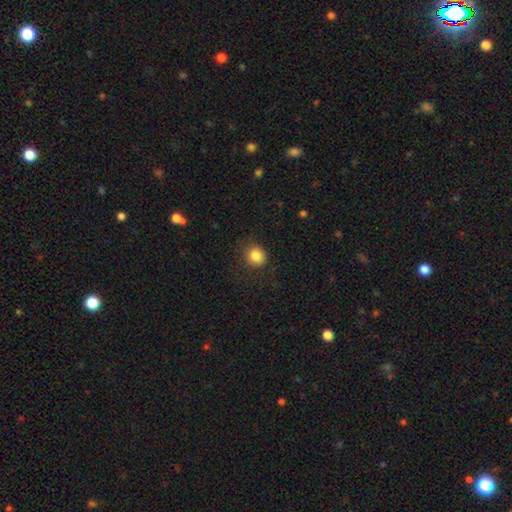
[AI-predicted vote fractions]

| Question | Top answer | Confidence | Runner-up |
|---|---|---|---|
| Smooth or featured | smooth | 85% | star or artifact (11%) |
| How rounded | round | 85% | in between (14%) |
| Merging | none | 84% | minor disturbance (11%) |